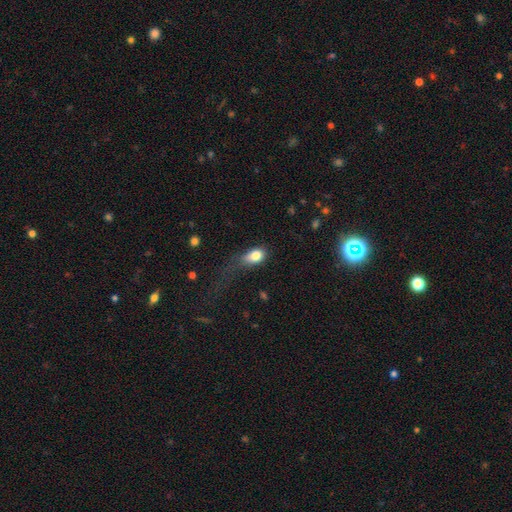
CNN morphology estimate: A smooth galaxy with no disk features (81%) that is in between round and cigar-shaped (78%). Merging: major disturbance (35%).